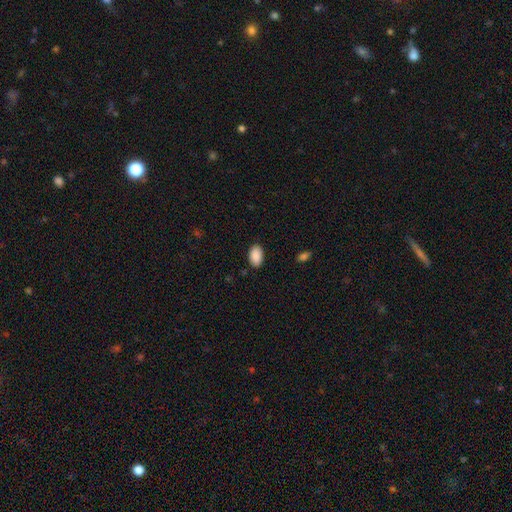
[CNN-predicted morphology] smooth_or_featured: smooth (p=0.90) [alt: star or artifact p=0.07]
how_rounded: in between (p=0.92) [alt: round p=0.07]
merging: none (p=0.87) [alt: minor disturbance p=0.10]